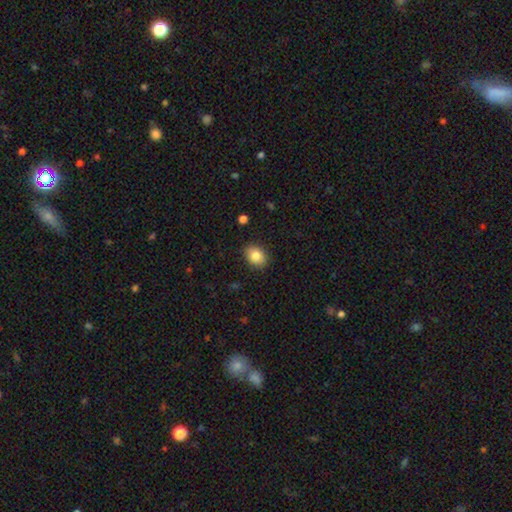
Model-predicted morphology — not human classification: A smooth galaxy with no disk features (84%) that is in between round and cigar-shaped (70%). Merging: none (88%).